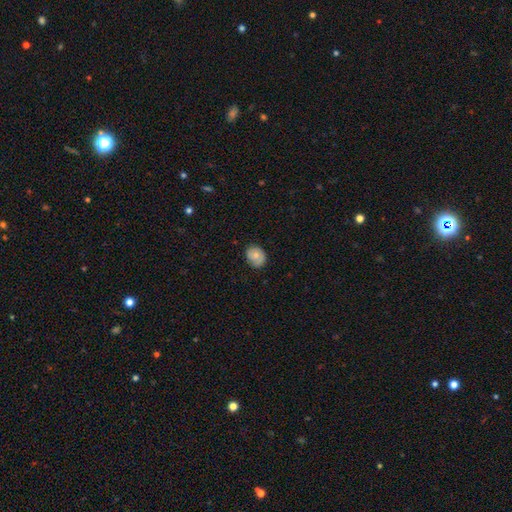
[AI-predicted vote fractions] smooth-or-featured: smooth: 68% | featured or disk: 24% | star or artifact: 8%
  how-rounded: round: 59% | in between: 40% | cigar-shaped: 1%
  merging: none: 76% | minor disturbance: 19% | major disturbance: 4% | merger: 1%